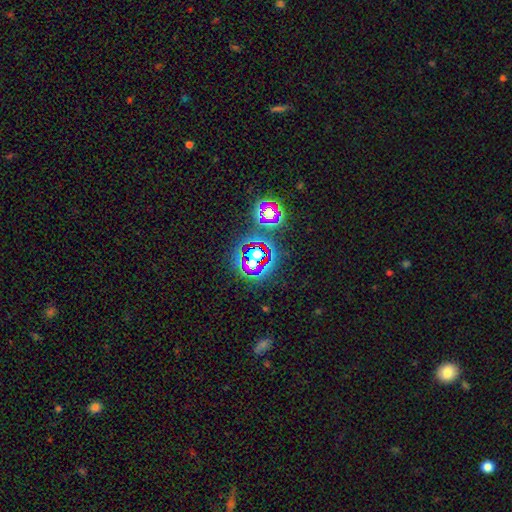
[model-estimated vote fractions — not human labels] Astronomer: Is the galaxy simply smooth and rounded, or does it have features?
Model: star or artifact — 62%.